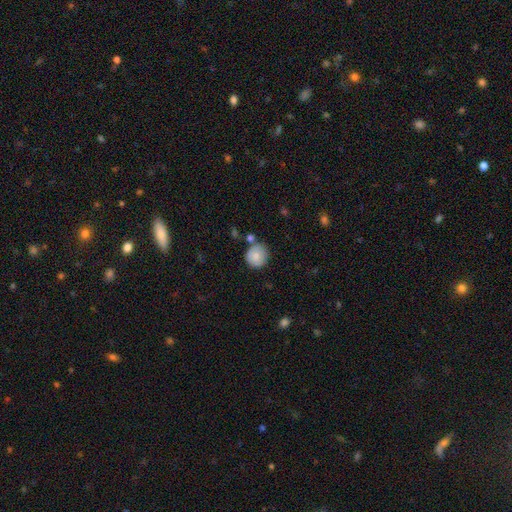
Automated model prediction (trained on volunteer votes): Smooth or featured? smooth (84%)
How rounded? round (90%)
Merging? none (73%)